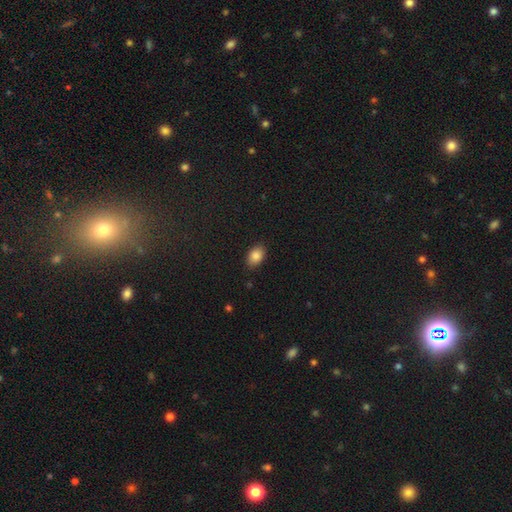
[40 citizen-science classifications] smooth-or-featured: smooth: 88% | star or artifact: 8% | featured or disk: 5%
  how-rounded: in between: 83% | round: 14% | cigar-shaped: 3%
  merging: none: 84% | minor disturbance: 14% | major disturbance: 3% | merger: 0%